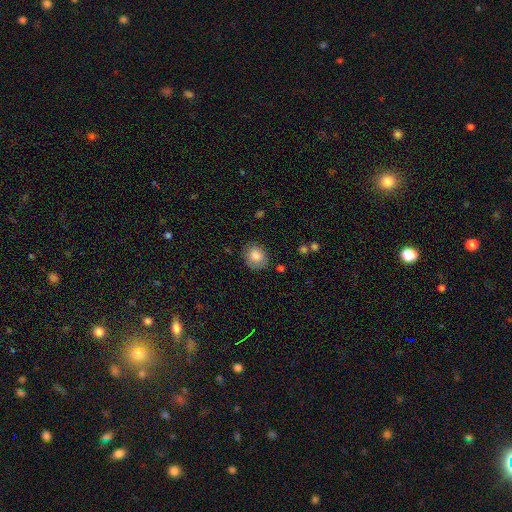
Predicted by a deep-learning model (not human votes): Smooth or featured?
  - smooth: 82% *
  - featured or disk: 10%
  - star or artifact: 8%
How rounded?
  - round: 69% *
  - in between: 30%
  - cigar-shaped: 1%
Merging?
  - none: 77% *
  - minor disturbance: 17%
  - major disturbance: 5%
  - merger: 2%